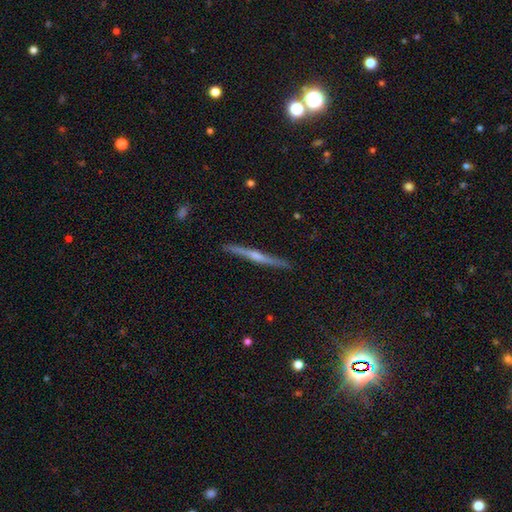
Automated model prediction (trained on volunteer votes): smooth_or_featured: featured or disk (p=0.71) [alt: smooth p=0.23]
disk_edge_on: yes (p=0.98) [alt: no p=0.02]
edge_on_bulge: rounded (p=0.61) [alt: none p=0.29]
merging: none (p=0.90) [alt: minor disturbance p=0.07]